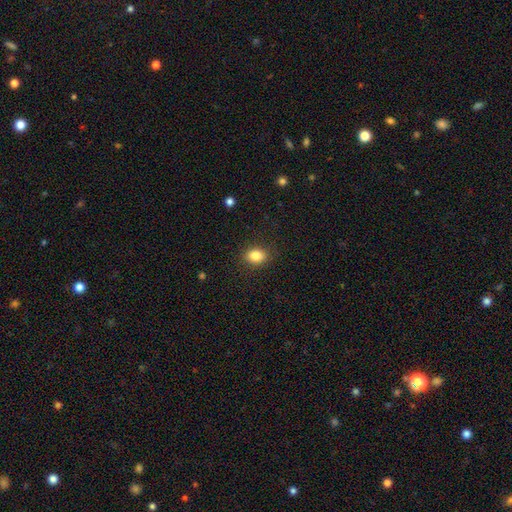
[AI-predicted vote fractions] Smooth or featured? smooth (85%)
How rounded? in between (67%)
Merging? none (87%)